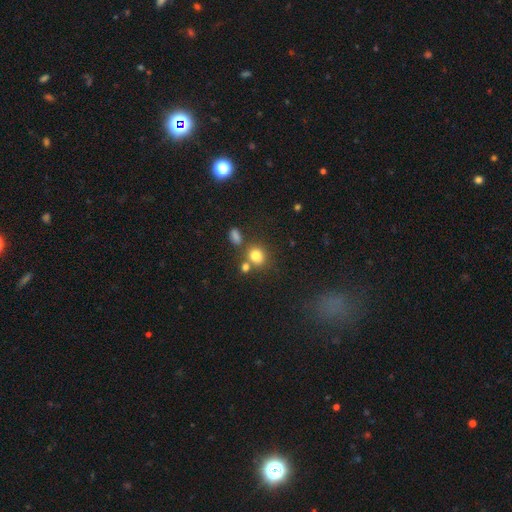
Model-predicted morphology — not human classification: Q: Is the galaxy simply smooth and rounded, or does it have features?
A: smooth — 78%.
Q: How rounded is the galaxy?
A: round — 70%.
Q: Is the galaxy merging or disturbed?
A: none — 59%.